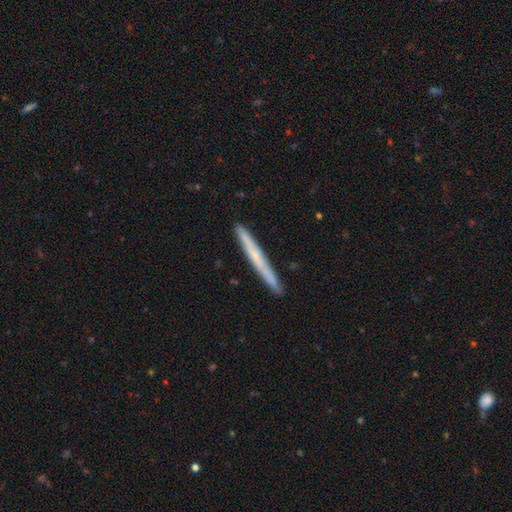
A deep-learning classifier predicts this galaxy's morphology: smooth_or_featured: smooth (p=0.51) [alt: featured or disk p=0.43]
how_rounded: cigar-shaped (p=0.97) [alt: in between p=0.02]
merging: none (p=0.91) [alt: minor disturbance p=0.06]